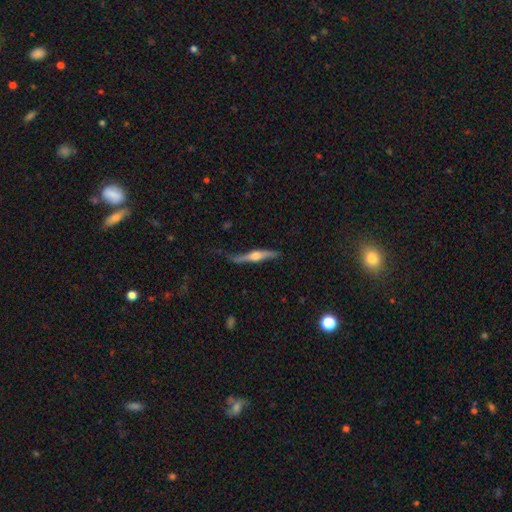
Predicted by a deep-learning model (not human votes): smooth-or-featured: featured or disk: 72% | smooth: 22% | star or artifact: 5%
  disk-edge-on: yes: 94% | no: 6%
    edge-on-bulge: rounded: 93% | boxy: 4% | none: 3%
  merging: none: 65% | minor disturbance: 25% | major disturbance: 8% | merger: 2%